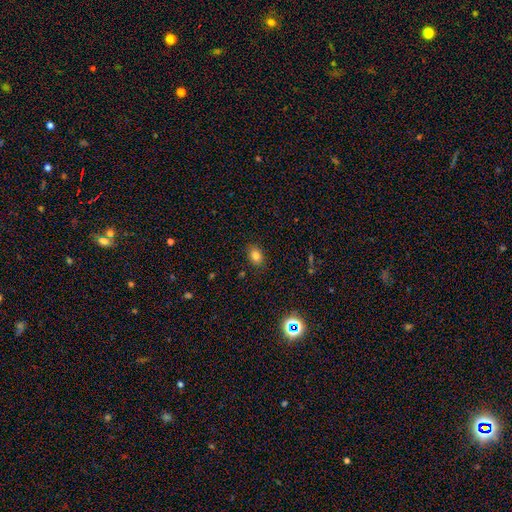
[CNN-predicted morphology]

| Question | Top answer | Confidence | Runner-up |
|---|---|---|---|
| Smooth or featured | smooth | 81% | star or artifact (12%) |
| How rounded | in between | 76% | round (23%) |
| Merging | none | 86% | minor disturbance (10%) |